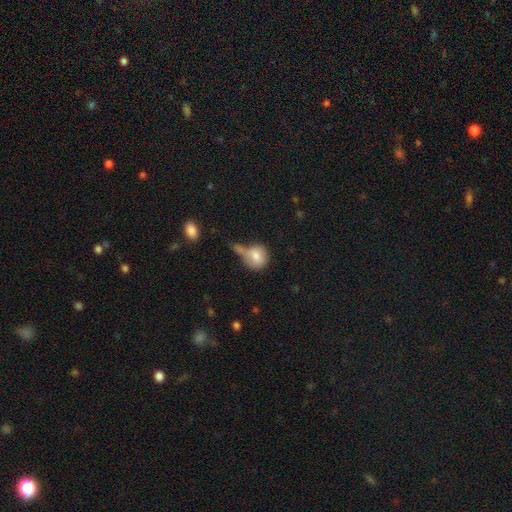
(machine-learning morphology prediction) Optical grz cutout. It shows a smooth galaxy with no disk features (79%) that is round (75%). Merging: merger (38%).